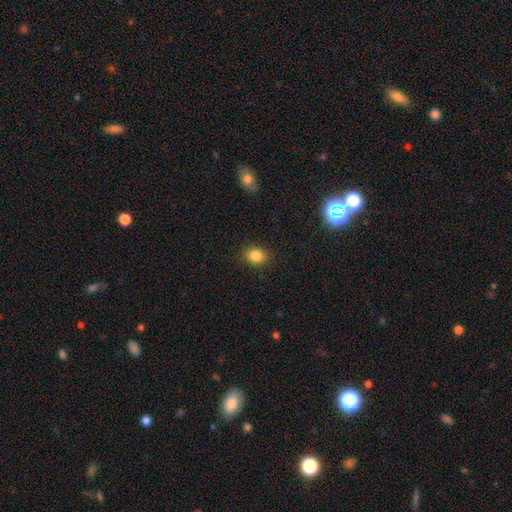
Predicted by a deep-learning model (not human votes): The model was most divided on "how rounded": round: 64%, in between: 36%, cigar-shaped: 1%. More confident: merging — none (87%); smooth or featured — smooth (84%).